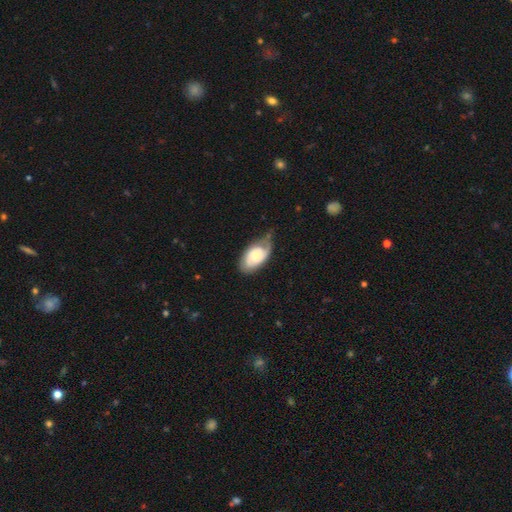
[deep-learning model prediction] Morphology: type=featured or disk (52%); edge-on=no (94%); merging=none (53%).